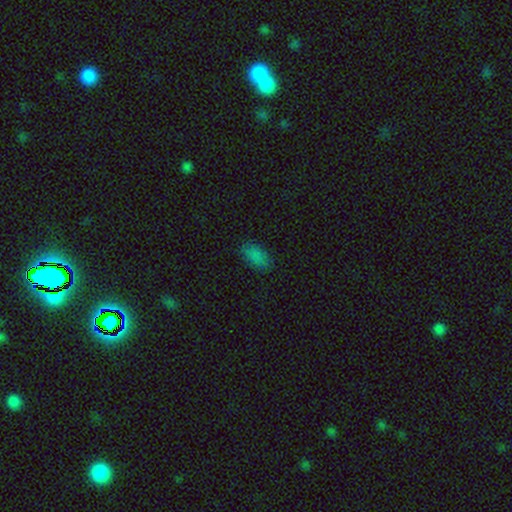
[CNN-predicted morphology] Smooth or featured? smooth (83%)
How rounded? in between (93%)
Merging? none (82%)